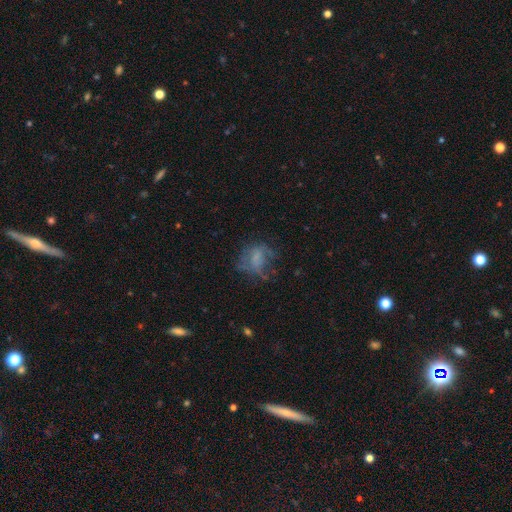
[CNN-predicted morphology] Overall: smooth (41%, tied with featured or disk). Merging: none (47%; major disturbance 29%).